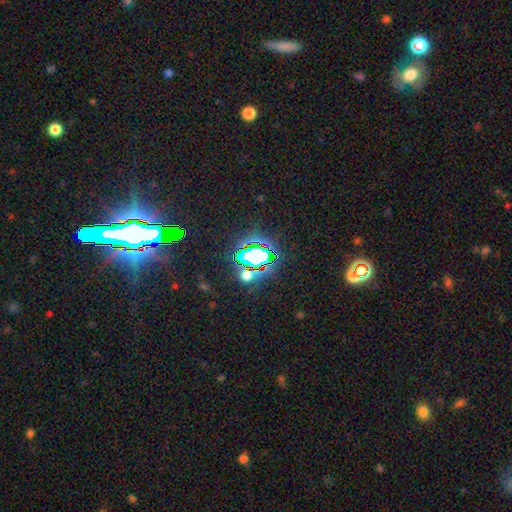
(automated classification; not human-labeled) A star or artifact, not a galaxy (70%).

Vote fractions:
- Smooth or featured? star or artifact: 70% / smooth: 19% / featured or disk: 11%